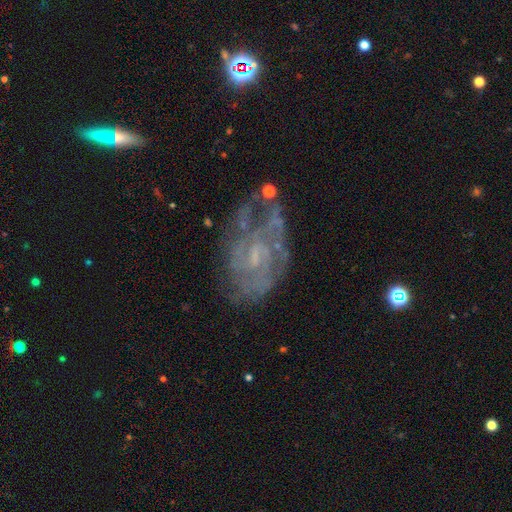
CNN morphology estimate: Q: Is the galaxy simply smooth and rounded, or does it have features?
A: featured or disk — 76%.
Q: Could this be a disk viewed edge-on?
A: no — 96%.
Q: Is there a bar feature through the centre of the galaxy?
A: no — 59%.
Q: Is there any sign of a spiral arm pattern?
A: yes — 79%.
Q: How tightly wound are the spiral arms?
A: tight — 51%.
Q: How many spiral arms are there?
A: can't tell — 49%.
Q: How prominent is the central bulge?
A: small — 58%.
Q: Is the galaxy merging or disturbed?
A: none — 51%.